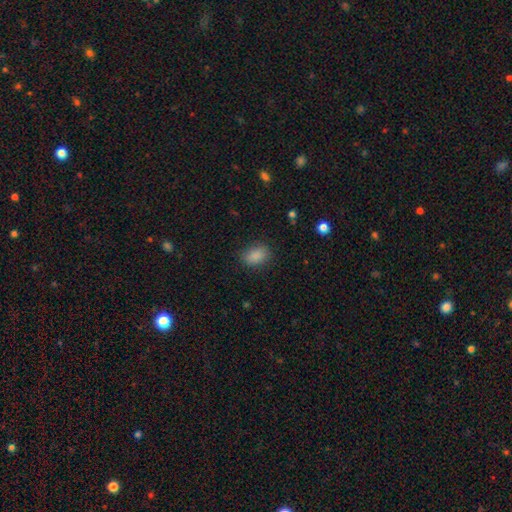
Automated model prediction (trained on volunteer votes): Smooth or featured: smooth — 87% (star or artifact — 9%)
How rounded: in between — 82% (round — 16%)
Merging: none — 83% (minor disturbance — 12%)